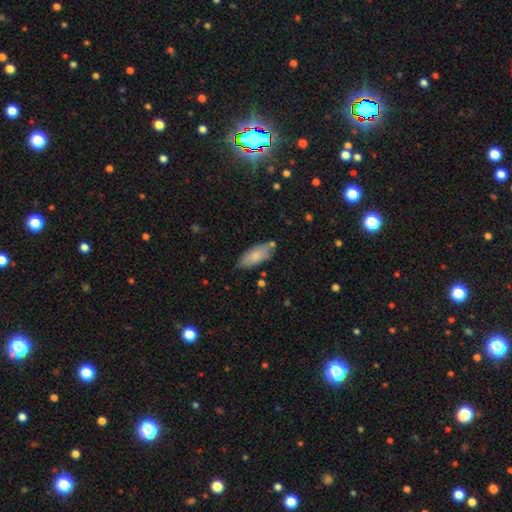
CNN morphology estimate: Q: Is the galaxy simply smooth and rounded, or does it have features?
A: smooth — 81%.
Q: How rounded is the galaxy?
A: in between — 85%.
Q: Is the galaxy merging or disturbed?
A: none — 73%.